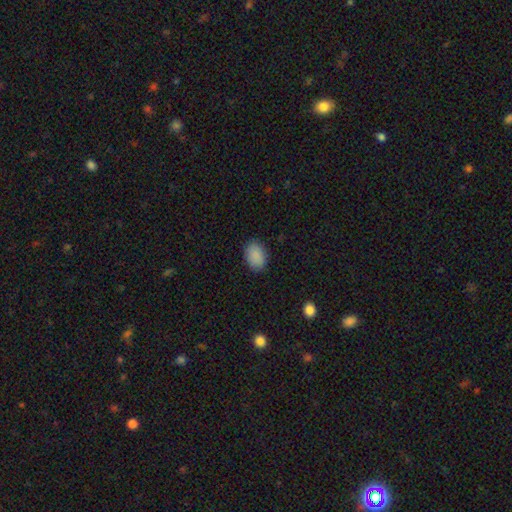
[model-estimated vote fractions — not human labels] Morphology: type=smooth (89%); roundness=in between (80%); merging=none (85%).